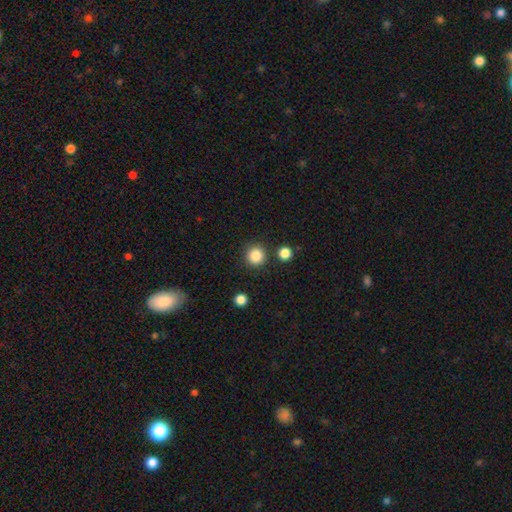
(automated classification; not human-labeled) This is clearly a smooth galaxy (86%). How rounded: clearly round (95%). Merging: clearly none (88%).